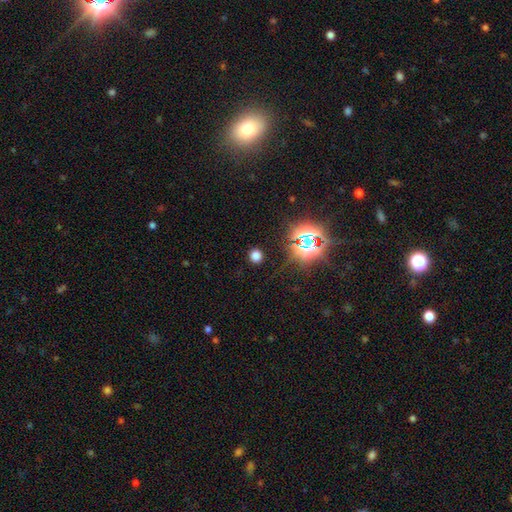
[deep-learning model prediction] Smooth or featured? smooth (65%)
How rounded? round (83%)
Merging? none (88%)